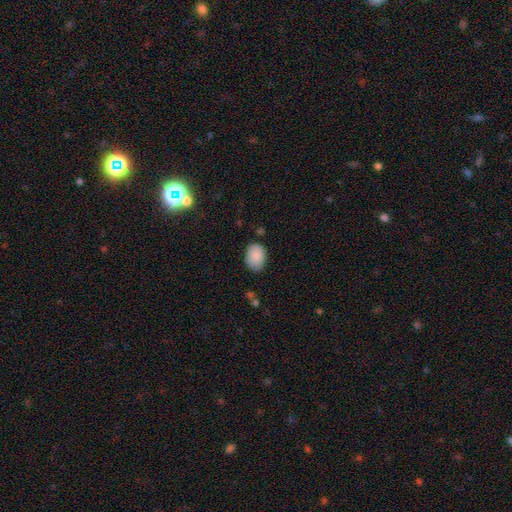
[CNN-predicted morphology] A smooth galaxy with no disk features (87%) that is in between round and cigar-shaped (77%). Merging: none (78%).